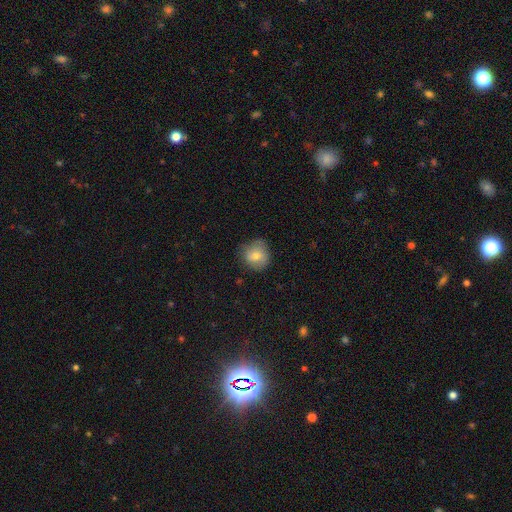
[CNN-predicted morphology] Smooth or featured? Predicted: smooth (p=0.70). How rounded? Predicted: round (p=0.83). Merging? Predicted: none (p=0.70).